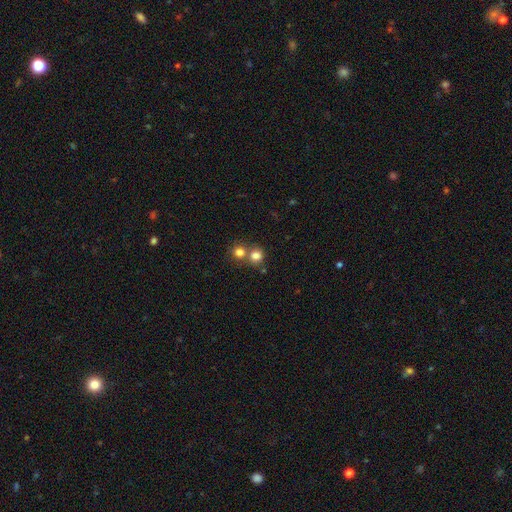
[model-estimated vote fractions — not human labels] Smooth or featured?
  - smooth: 79% *
  - star or artifact: 12%
  - featured or disk: 8%
How rounded?
  - round: 83% *
  - in between: 16%
  - cigar-shaped: 1%
Merging?
  - none: 47% *
  - merger: 43%
  - minor disturbance: 7%
  - major disturbance: 3%